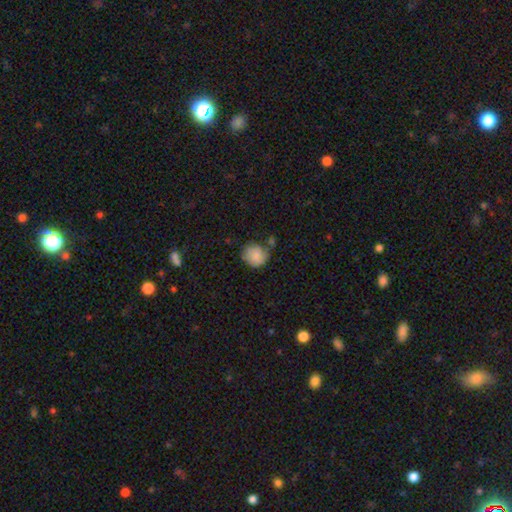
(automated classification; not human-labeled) This is likely a smooth galaxy (79%). How rounded: clearly round (83%). Merging: possibly none (57%).